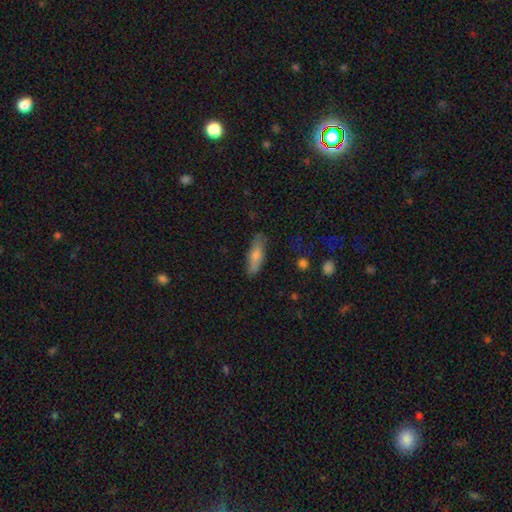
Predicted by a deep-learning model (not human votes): A smooth galaxy with no disk features (66%) that is cigar-shaped (51%). Merging: none (81%).